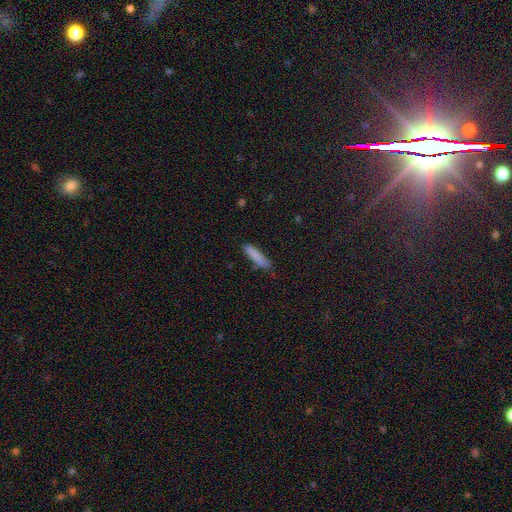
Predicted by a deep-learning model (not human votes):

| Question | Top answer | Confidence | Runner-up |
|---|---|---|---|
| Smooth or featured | smooth | 84% | featured or disk (9%) |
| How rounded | cigar-shaped | 85% | in between (14%) |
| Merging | none | 80% | minor disturbance (15%) |